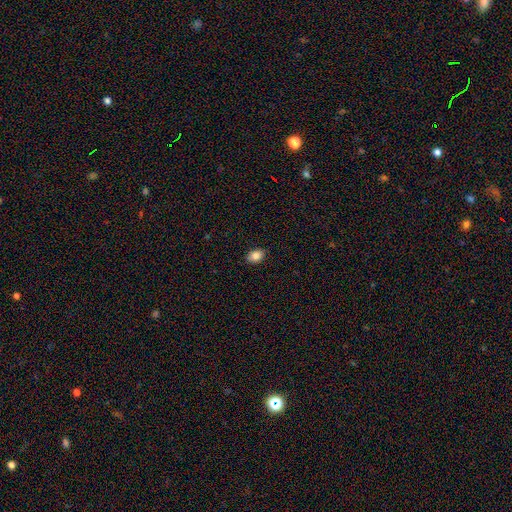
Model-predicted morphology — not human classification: smooth 85%, star or artifact 9%, featured or disk 7%. Down the decision tree: how rounded — in between (76%); merging — none (88%).